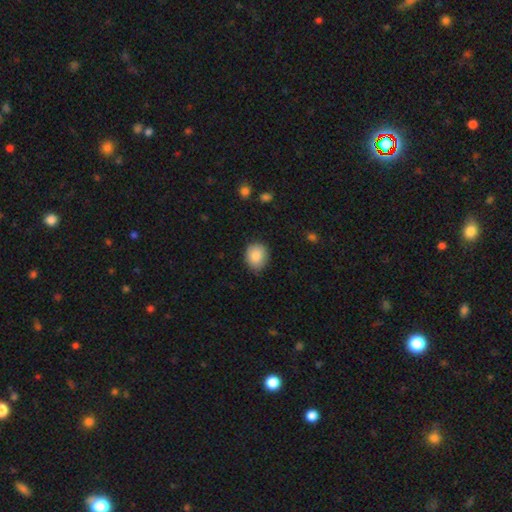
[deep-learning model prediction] smooth 86%, star or artifact 8%, featured or disk 6%. Down the decision tree: how rounded — round (65%); merging — none (79%).